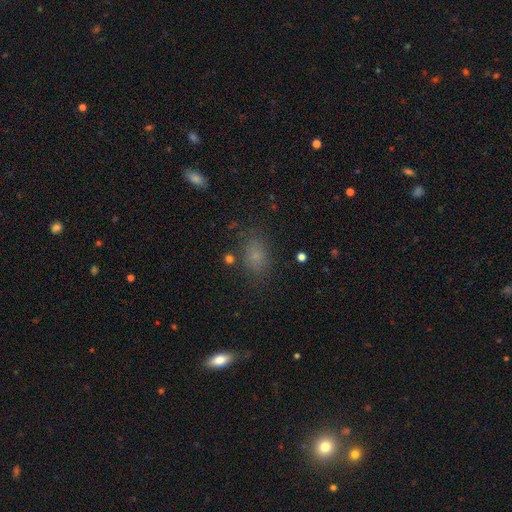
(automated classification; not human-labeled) smooth-or-featured: smooth: 71% | star or artifact: 18% | featured or disk: 11%
  how-rounded: in between: 75% | round: 22% | cigar-shaped: 2%
  merging: none: 78% | minor disturbance: 13% | major disturbance: 6% | merger: 3%